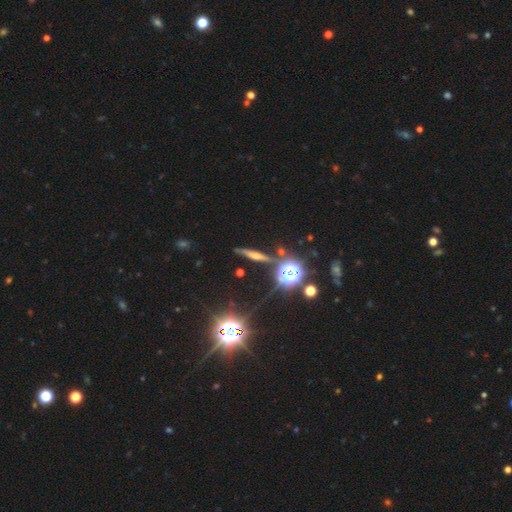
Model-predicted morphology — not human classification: A featured or disk galaxy (50%). Merging: none (83%).